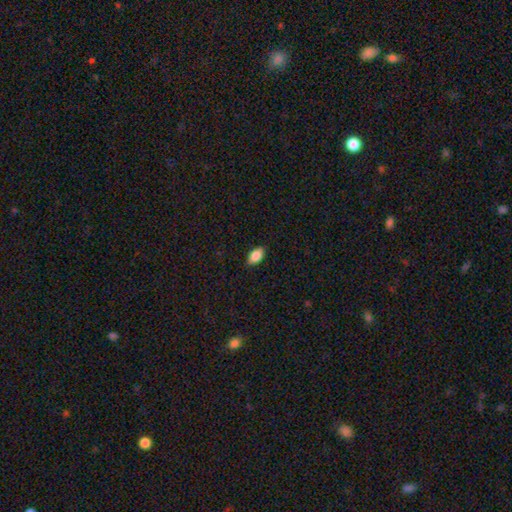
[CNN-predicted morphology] smooth 87%, star or artifact 8%, featured or disk 6%. Down the decision tree: how rounded — in between (93%); merging — none (88%).